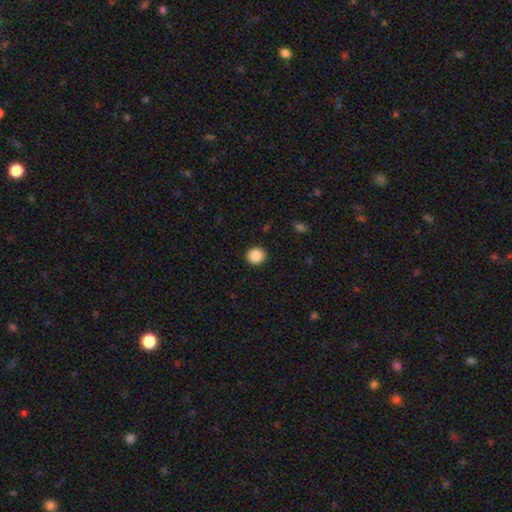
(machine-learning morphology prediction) This is clearly a smooth galaxy (88%). How rounded: clearly round (89%). Merging: clearly none (92%).